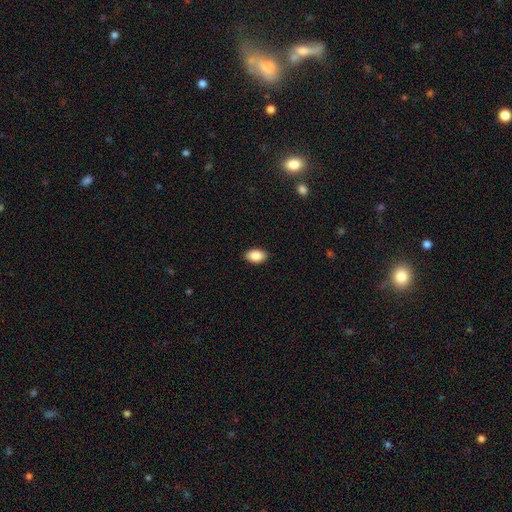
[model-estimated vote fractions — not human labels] Smooth or featured? smooth (88%)
How rounded? in between (90%)
Merging? none (89%)